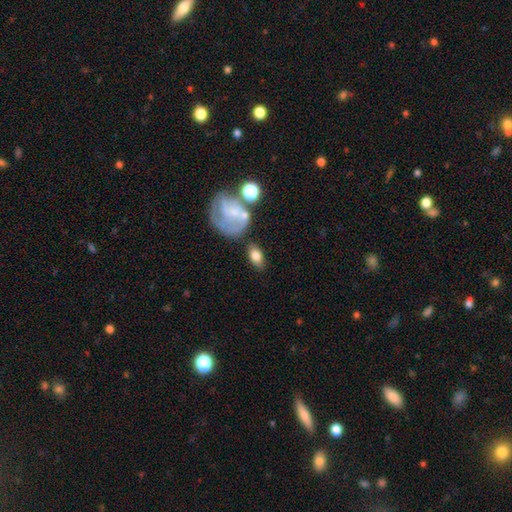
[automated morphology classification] Smooth or featured? Predicted: smooth (p=0.74). How rounded? Predicted: in between (p=0.87). Merging? Predicted: none (p=0.71).